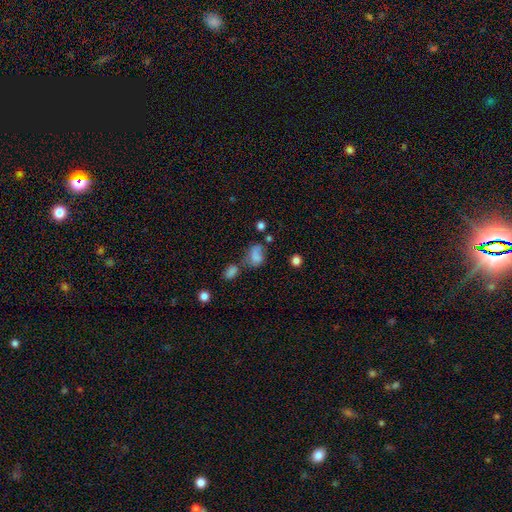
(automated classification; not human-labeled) A smooth galaxy with no disk features (69%) that is in between round and cigar-shaped (71%). Merging: none (32%).